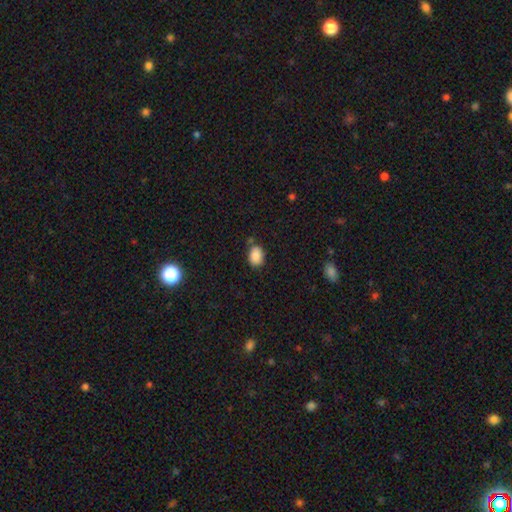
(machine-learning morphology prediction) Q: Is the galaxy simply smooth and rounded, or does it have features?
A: smooth — 87%.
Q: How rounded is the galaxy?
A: in between — 75%.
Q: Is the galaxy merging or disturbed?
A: none — 72%.